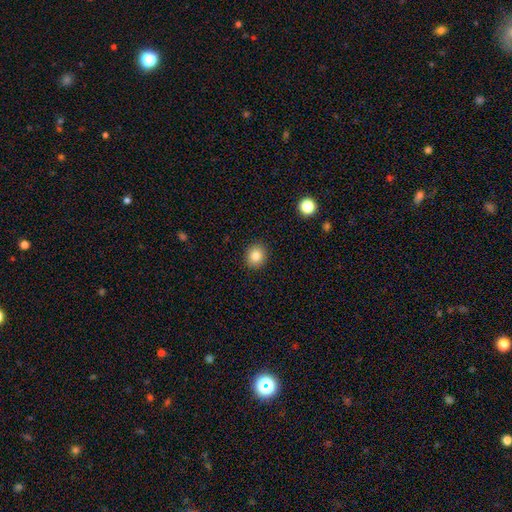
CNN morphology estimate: smooth 85%, star or artifact 10%, featured or disk 5%. Down the decision tree: how rounded — round (73%); merging — none (90%).